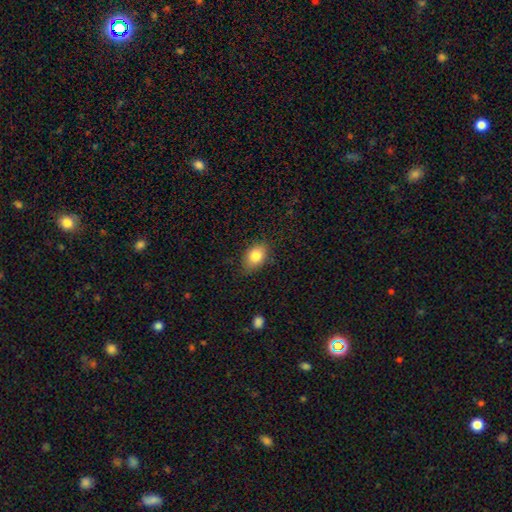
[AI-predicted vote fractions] Q: Smooth or featured?
A: smooth (82%); runner-up: featured or disk (9%)
Q: How rounded?
A: in between (80%); runner-up: round (18%)
Q: Merging?
A: none (80%); runner-up: minor disturbance (16%)